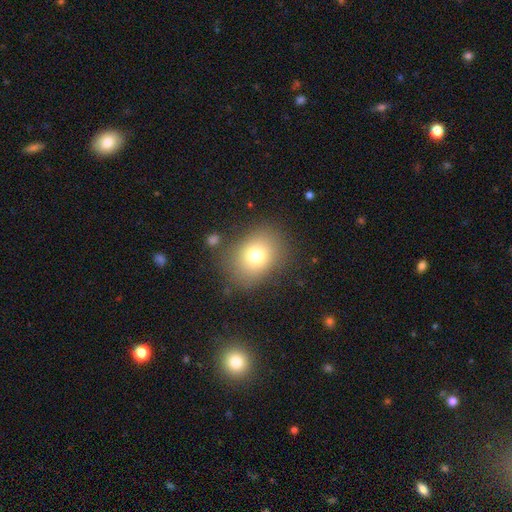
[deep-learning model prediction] smooth_or_featured: smooth (p=0.75) [alt: star or artifact p=0.13]
how_rounded: in between (p=0.55) [alt: round p=0.44]
merging: none (p=0.79) [alt: minor disturbance p=0.12]